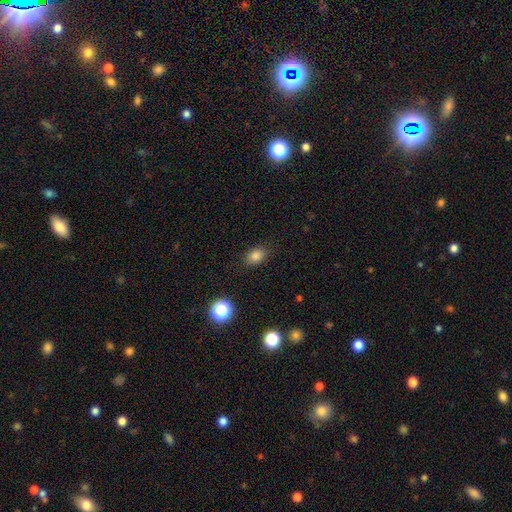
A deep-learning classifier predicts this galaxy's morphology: A smooth galaxy with no disk features (82%) that is in between round and cigar-shaped (73%). Merging: none (84%).